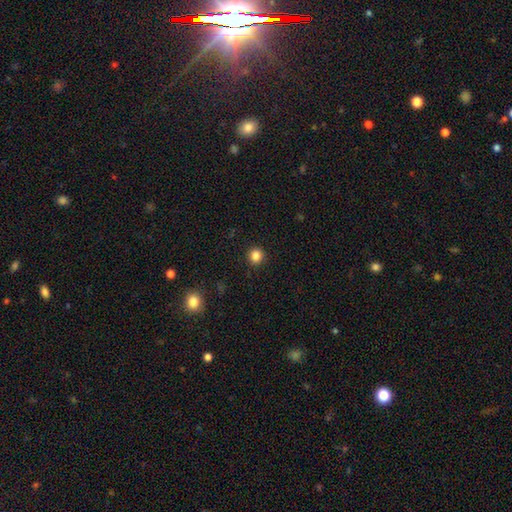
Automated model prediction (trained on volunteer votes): Morphology: type=smooth (84%); roundness=round (93%); merging=none (92%).